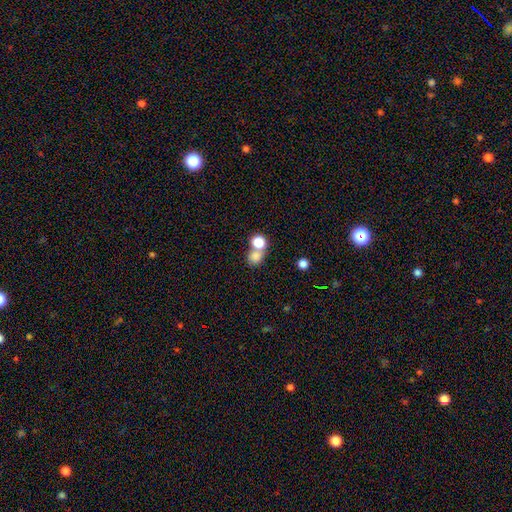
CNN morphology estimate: A smooth galaxy with no disk features (78%) that is round (71%). Merging: merger (52%).